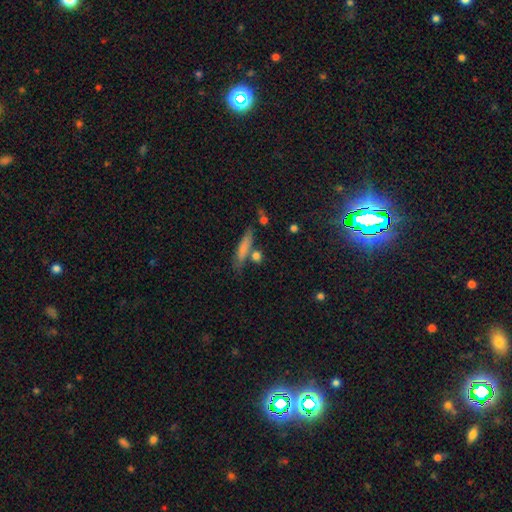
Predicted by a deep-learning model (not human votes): The model was most divided on "how rounded": cigar-shaped: 48%, round: 29%, in between: 23%. More confident: smooth or featured — smooth (76%); merging — none (68%).